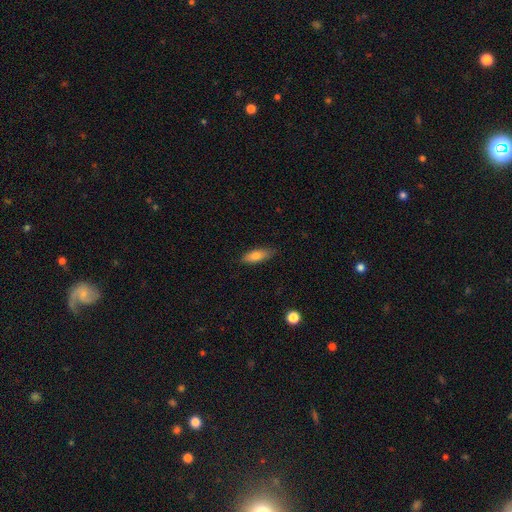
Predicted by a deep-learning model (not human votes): Q: Smooth or featured?
A: smooth (74%); runner-up: featured or disk (19%)
Q: How rounded?
A: in between (66%); runner-up: cigar-shaped (32%)
Q: Merging?
A: none (83%); runner-up: minor disturbance (14%)